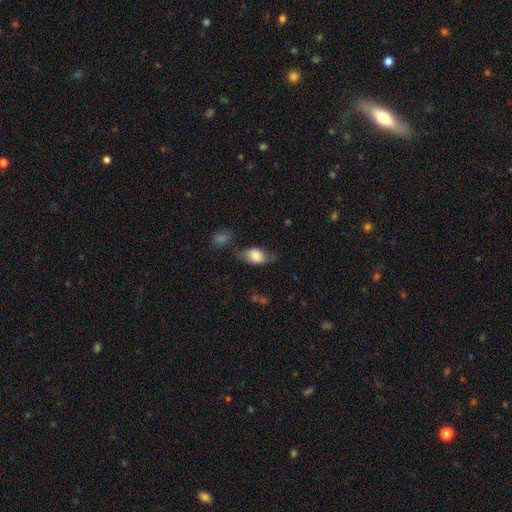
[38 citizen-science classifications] Volunteers were most divided on "merging": none: 59%, minor disturbance: 27%, merger: 8%, major disturbance: 5%. More confident: how rounded — in between (91%); smooth or featured — smooth (89%).